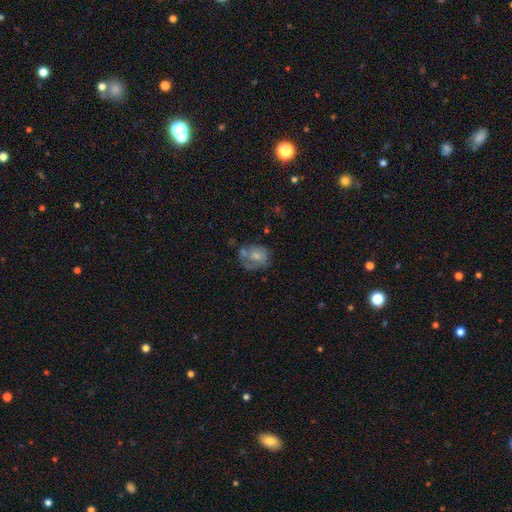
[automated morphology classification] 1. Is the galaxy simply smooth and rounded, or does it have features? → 57% smooth, 33% featured or disk, 10% star or artifact.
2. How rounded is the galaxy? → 52% in between, 47% round, 1% cigar-shaped.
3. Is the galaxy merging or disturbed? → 36% none, 26% minor disturbance, 20% major disturbance, 18% merger.